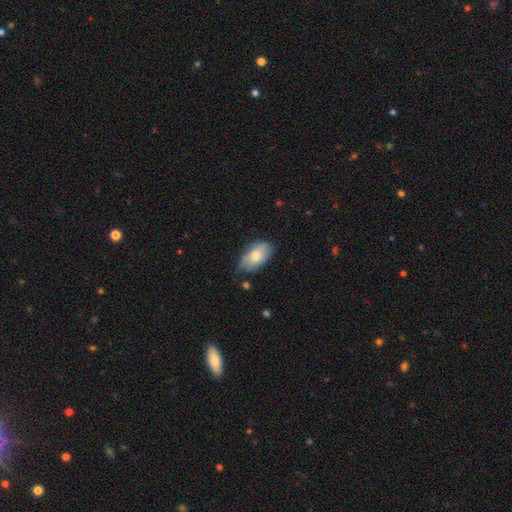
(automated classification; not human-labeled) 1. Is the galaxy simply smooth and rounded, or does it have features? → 71% smooth, 23% featured or disk, 7% star or artifact.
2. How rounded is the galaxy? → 93% in between, 4% round, 3% cigar-shaped.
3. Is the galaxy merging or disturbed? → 56% none, 34% minor disturbance, 7% major disturbance, 3% merger.